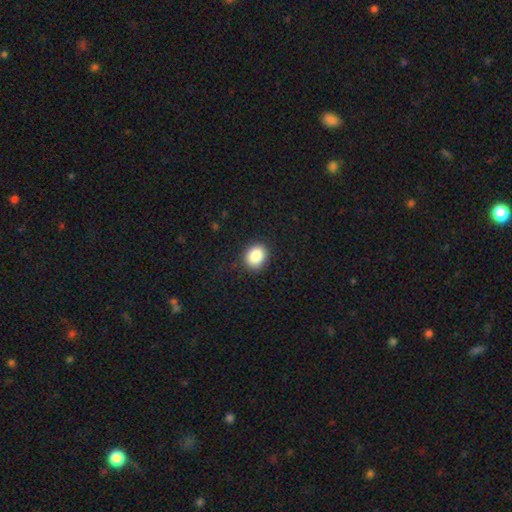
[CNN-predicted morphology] type=smooth (87%); roundness=round (55%); merging=none (88%).